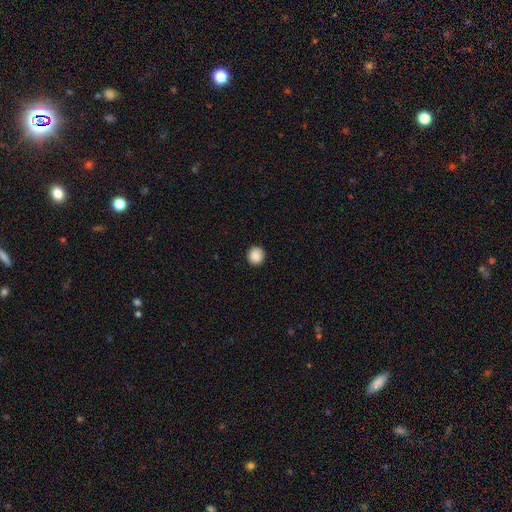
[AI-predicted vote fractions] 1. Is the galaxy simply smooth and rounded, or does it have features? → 88% smooth, 9% star or artifact, 3% featured or disk.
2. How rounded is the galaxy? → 90% round, 10% in between, 1% cigar-shaped.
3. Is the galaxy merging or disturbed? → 91% none, 6% minor disturbance, 2% major disturbance, 1% merger.